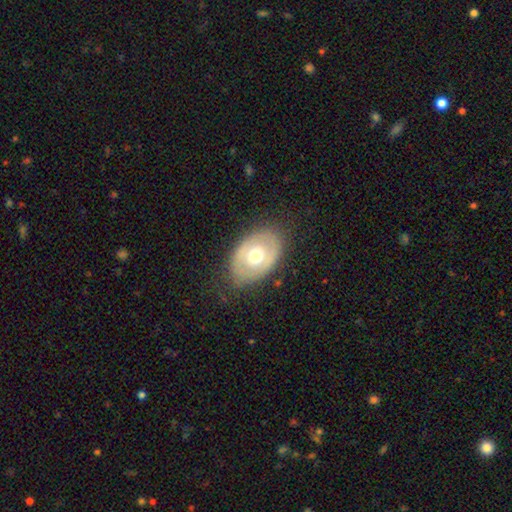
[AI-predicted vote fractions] The model was most divided on "smooth or featured" (2-way tie): smooth: 47%, featured or disk: 47%, star or artifact: 6%. More confident: merging — none (78%).